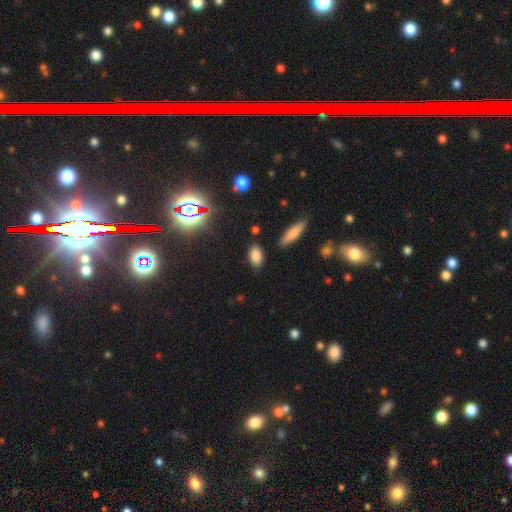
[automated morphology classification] Smooth or featured? smooth (81%)
How rounded? in between (89%)
Merging? none (82%)